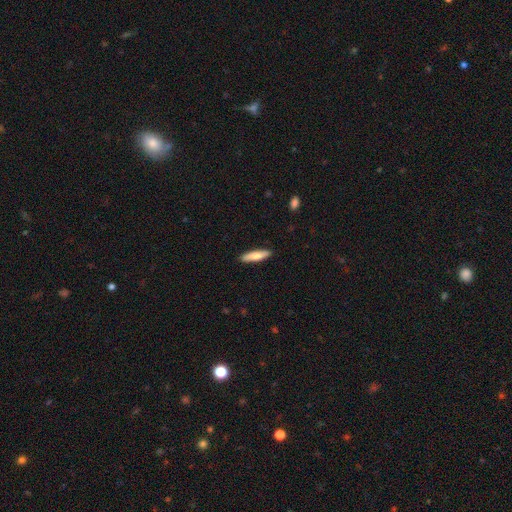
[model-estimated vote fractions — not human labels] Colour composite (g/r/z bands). It shows a smooth galaxy with no disk features (77%) that is cigar-shaped (78%). Merging: none (89%).